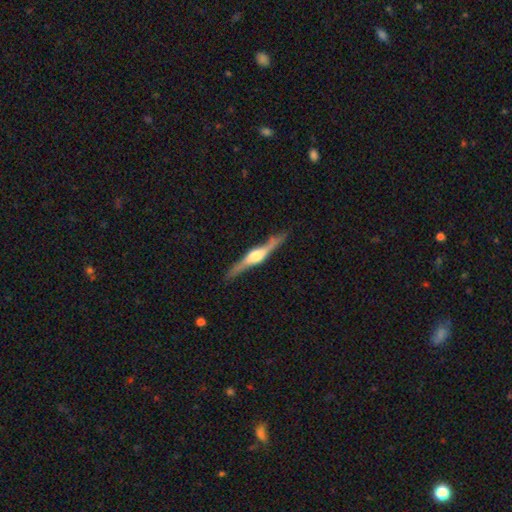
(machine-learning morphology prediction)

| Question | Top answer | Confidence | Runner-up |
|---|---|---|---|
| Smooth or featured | featured or disk | 81% | smooth (15%) |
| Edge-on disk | yes | 96% | no (4%) |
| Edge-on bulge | rounded | 85% | boxy (12%) |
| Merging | none | 82% | minor disturbance (13%) |